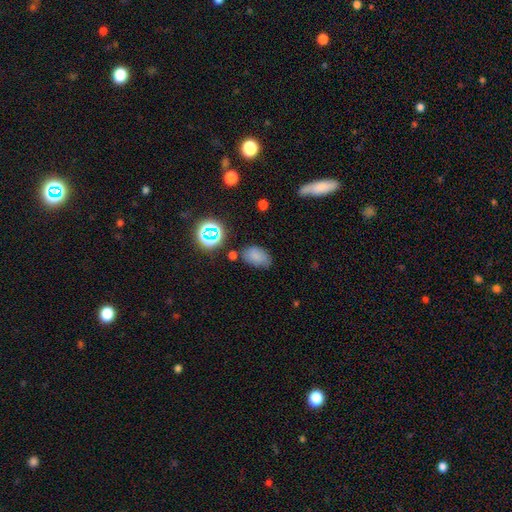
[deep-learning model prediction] Q: Smooth or featured?
A: smooth (73%); runner-up: star or artifact (17%)
Q: How rounded?
A: in between (87%); runner-up: round (12%)
Q: Merging?
A: none (66%); runner-up: minor disturbance (21%)